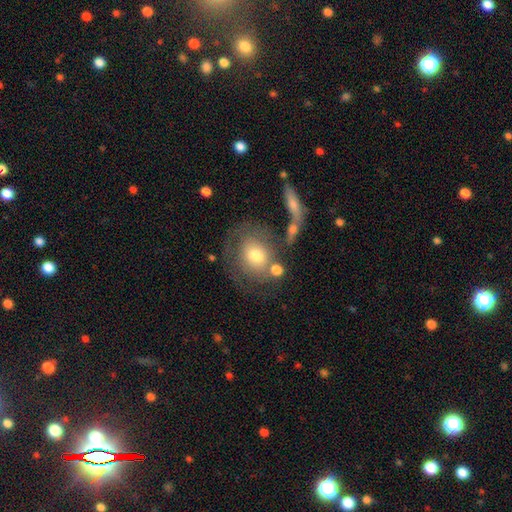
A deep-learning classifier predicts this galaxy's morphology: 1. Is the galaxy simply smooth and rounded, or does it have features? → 58% smooth, 32% featured or disk, 9% star or artifact.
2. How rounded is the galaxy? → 67% round, 32% in between, 2% cigar-shaped.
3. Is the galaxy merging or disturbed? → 48% none, 19% minor disturbance, 17% major disturbance, 16% merger.